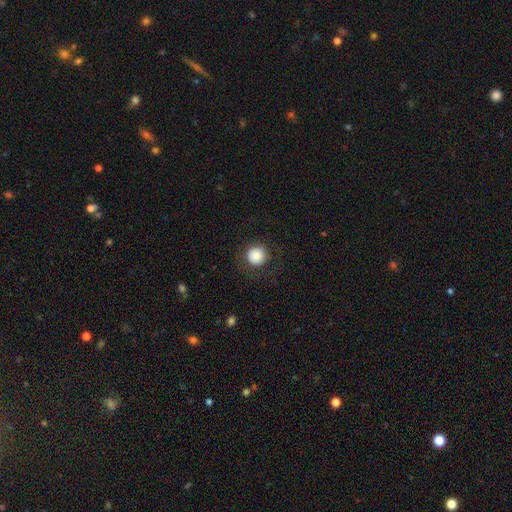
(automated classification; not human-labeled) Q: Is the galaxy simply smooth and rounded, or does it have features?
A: smooth — 83%.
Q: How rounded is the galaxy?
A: round — 95%.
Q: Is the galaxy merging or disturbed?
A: none — 84%.